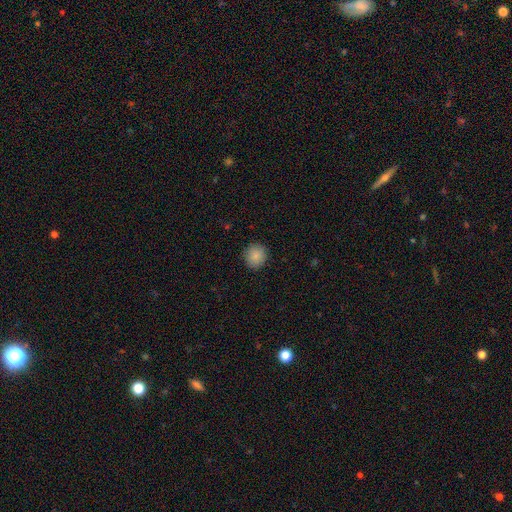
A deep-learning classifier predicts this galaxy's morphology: smooth 88%, star or artifact 9%, featured or disk 3%. Down the decision tree: how rounded — round (87%); merging — none (90%).